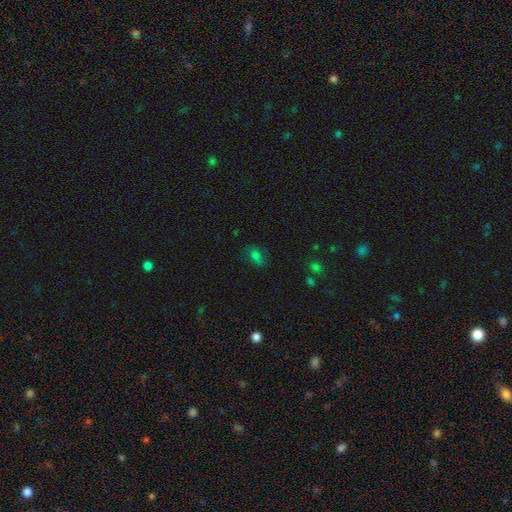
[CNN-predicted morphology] smooth_or_featured: smooth (p=0.62) [alt: star or artifact p=0.23]
how_rounded: in between (p=0.76) [alt: round p=0.21]
merging: none (p=0.62) [alt: minor disturbance p=0.23]